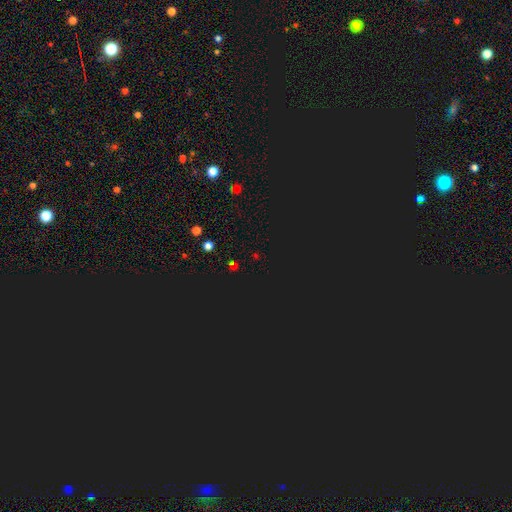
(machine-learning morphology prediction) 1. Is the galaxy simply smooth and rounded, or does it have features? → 68% star or artifact, 25% smooth, 7% featured or disk.